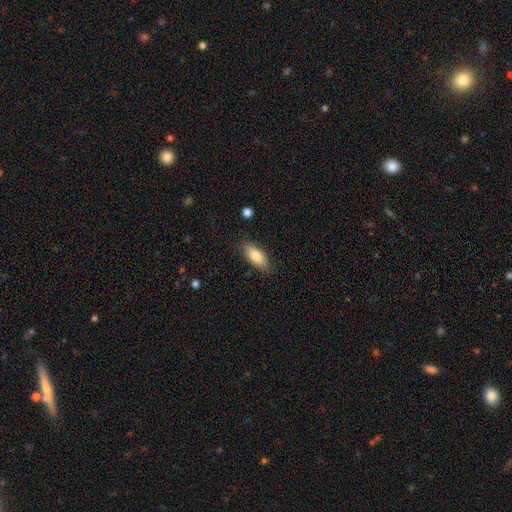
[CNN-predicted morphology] A smooth galaxy with no disk features (82%) that is in between round and cigar-shaped (80%).

Vote fractions:
- Smooth or featured? smooth: 82% / featured or disk: 12% / star or artifact: 7%
- How rounded? in between: 80% / cigar-shaped: 18% / round: 2%
- Merging? none: 84% / minor disturbance: 12% / major disturbance: 3% / merger: 1%